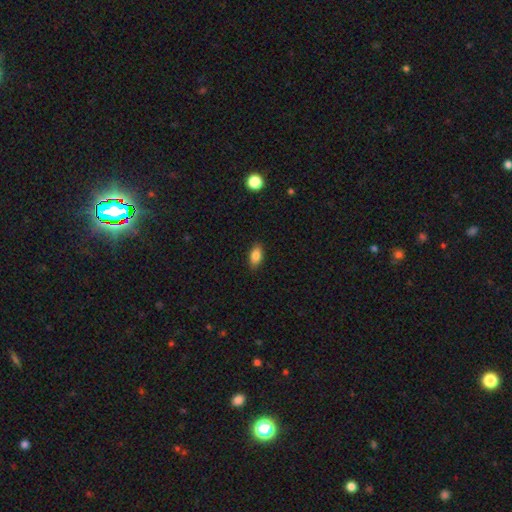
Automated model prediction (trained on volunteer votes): Morphology: type=smooth (85%); roundness=in between (90%); merging=none (87%).